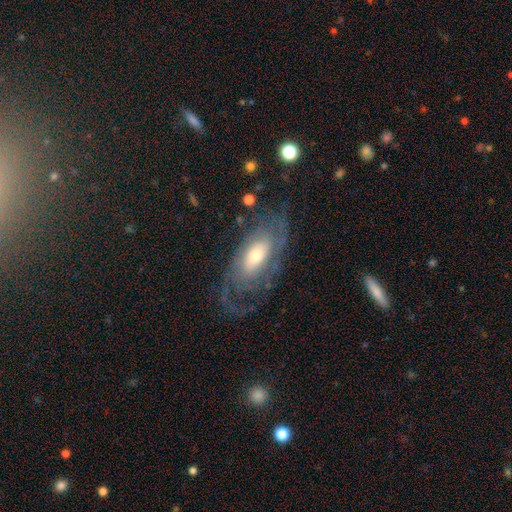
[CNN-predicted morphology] type=featured or disk (73%); edge-on=no (91%); bar=no (66%); spiral arms=yes (82%); winding=tight (47%); arm count=can't tell (44%); bulge=moderate (53%); merging=none (62%).